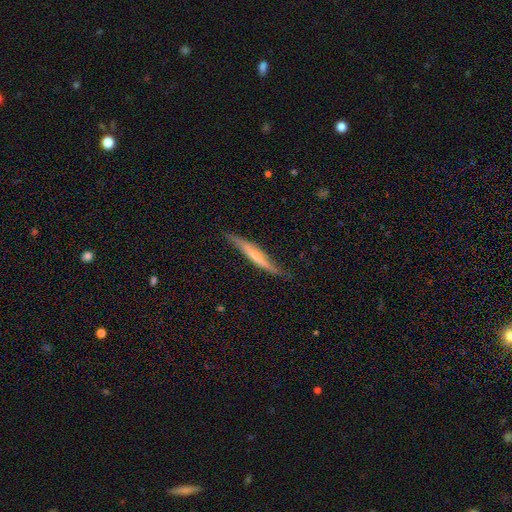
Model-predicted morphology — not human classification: This is possibly a featured or disk galaxy (54%). It is clearly viewed edge-on (88%). Merging: likely none (75%).